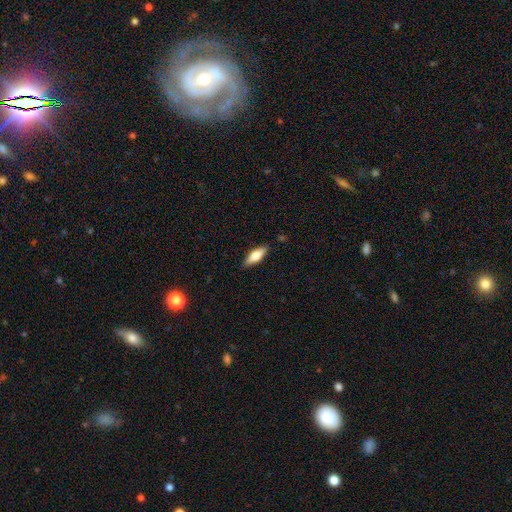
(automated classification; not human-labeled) Morphology: type=smooth (55%); roundness=in between (57%); merging=none (86%).